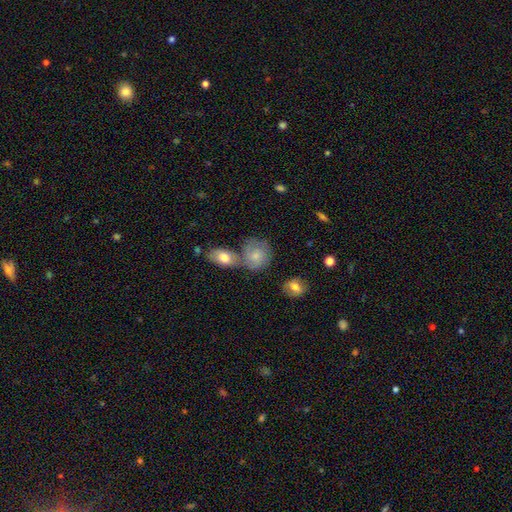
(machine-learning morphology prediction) A smooth galaxy with no disk features (66%) that is round (68%). Merging: none (44%).